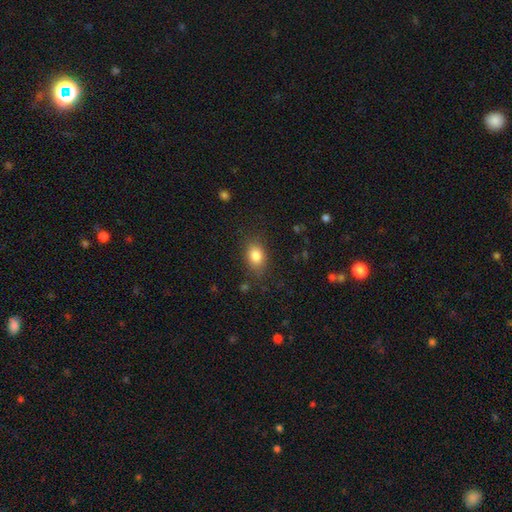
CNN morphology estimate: The model was most divided on "how rounded": in between: 74%, round: 24%, cigar-shaped: 1%. More confident: smooth or featured — smooth (84%); merging — none (80%).